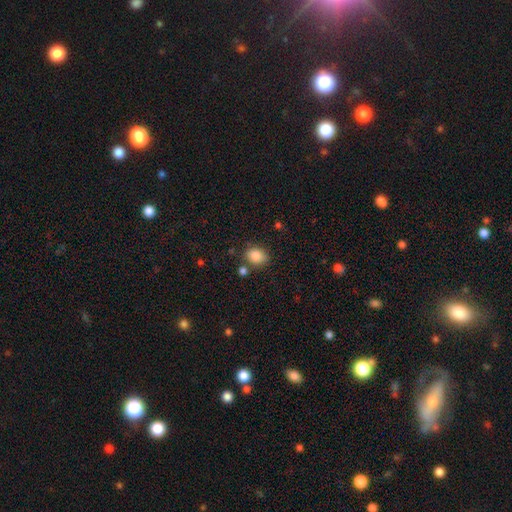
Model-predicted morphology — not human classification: Smooth or featured: smooth — 85% (star or artifact — 9%)
How rounded: in between — 57% (round — 41%)
Merging: none — 74% (minor disturbance — 14%)